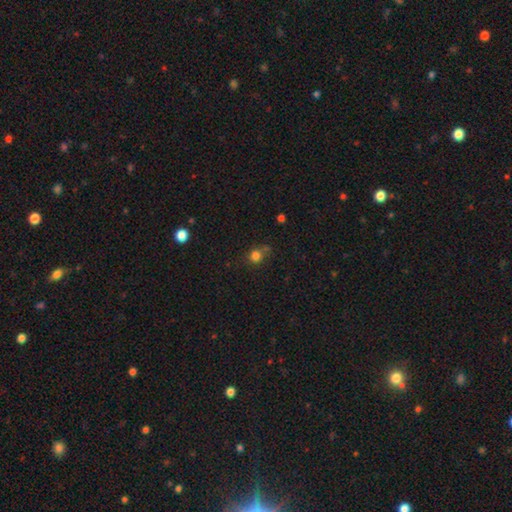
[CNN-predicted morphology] The model was most divided on "merging": none: 62%, merger: 17%, minor disturbance: 15%, major disturbance: 6%. More confident: how rounded — round (84%); smooth or featured — smooth (78%).